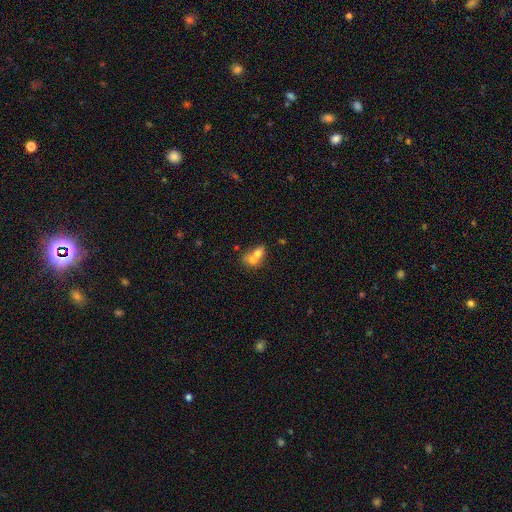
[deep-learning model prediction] Smooth or featured?
  - smooth: 66% *
  - featured or disk: 24%
  - star or artifact: 10%
How rounded?
  - in between: 56% *
  - round: 42%
  - cigar-shaped: 2%
Merging?
  - merger: 72% *
  - none: 18%
  - minor disturbance: 6%
  - major disturbance: 4%